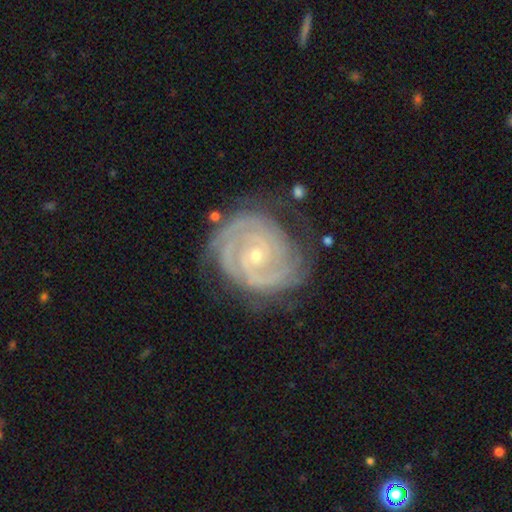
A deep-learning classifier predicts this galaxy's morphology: This is clearly a featured or disk galaxy (91%). It is clearly not viewed edge-on (98%). Bar: likely no (67%). Spiral arm pattern: clearly yes (98%). Spiral arm count: marginally 2 (36%). Spiral winding: clearly tight (81%). Central bulge: likely small (77%). Merging: likely none (71%).